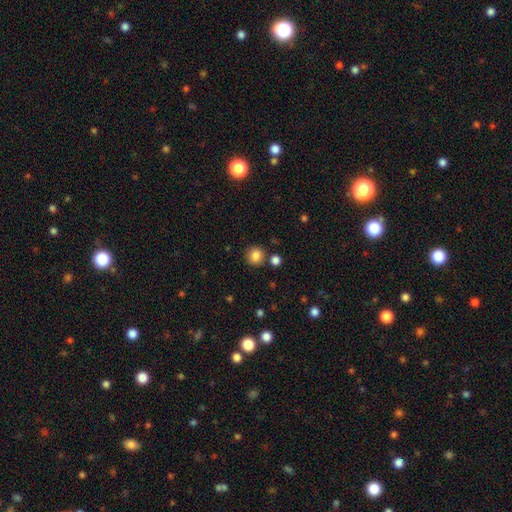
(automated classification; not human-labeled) Smooth or featured? smooth (84%)
How rounded? round (90%)
Merging? none (84%)